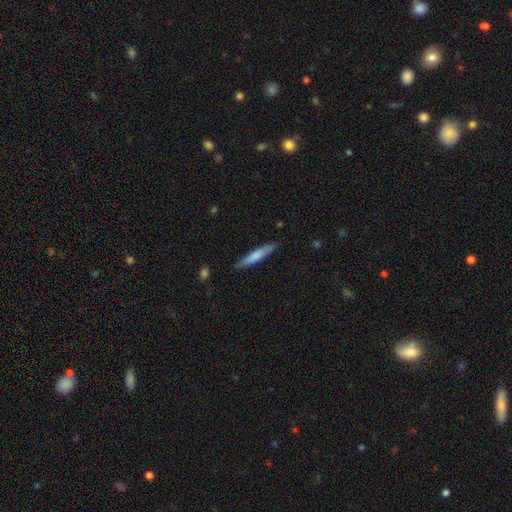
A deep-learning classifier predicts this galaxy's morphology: This is likely a smooth galaxy (70%). How rounded: clearly cigar-shaped (89%). Merging: clearly none (87%).